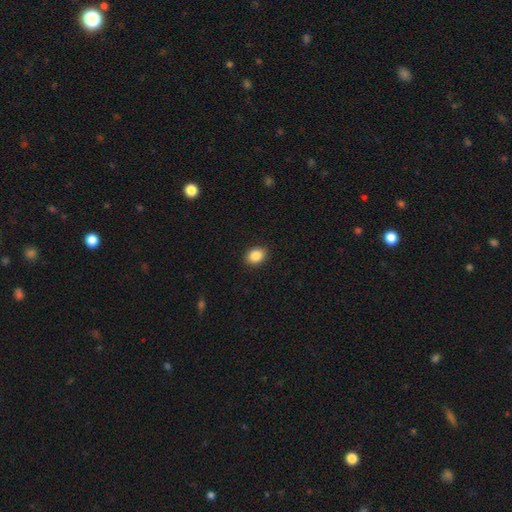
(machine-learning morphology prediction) Smooth or featured? smooth (87%)
How rounded? in between (62%)
Merging? none (89%)